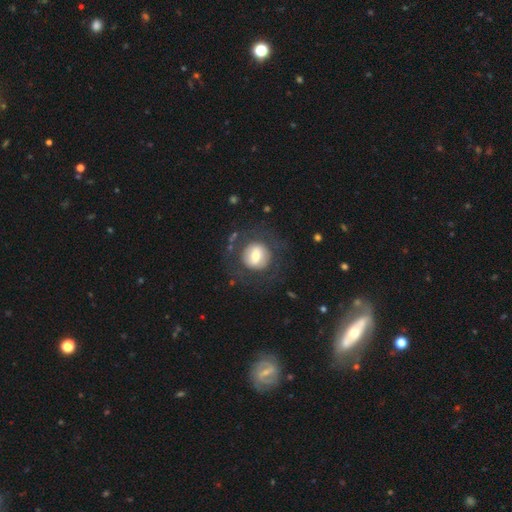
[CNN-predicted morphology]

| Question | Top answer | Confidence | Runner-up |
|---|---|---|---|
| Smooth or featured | smooth | 53% | featured or disk (38%) |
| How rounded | round | 89% | in between (10%) |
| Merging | none | 71% | major disturbance (14%) |